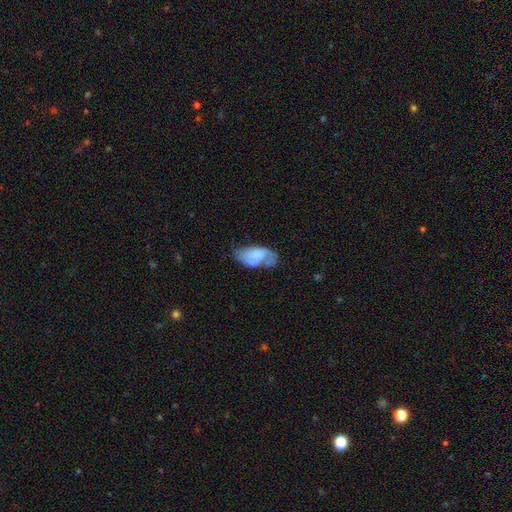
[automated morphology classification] Smooth or featured? smooth (63%)
How rounded? in between (94%)
Merging? minor disturbance (36%)